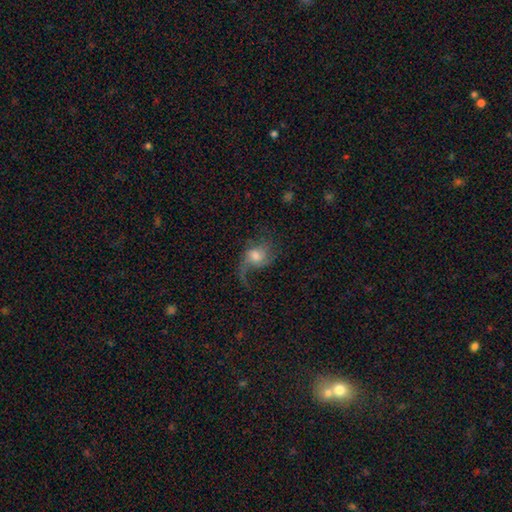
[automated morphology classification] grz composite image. It shows a featured or disk galaxy (61%) with no bar (66%), 1 (51%) loose (75%) spiral arms (87%) and a moderate central bulge (51%). Merging: major disturbance (40%).